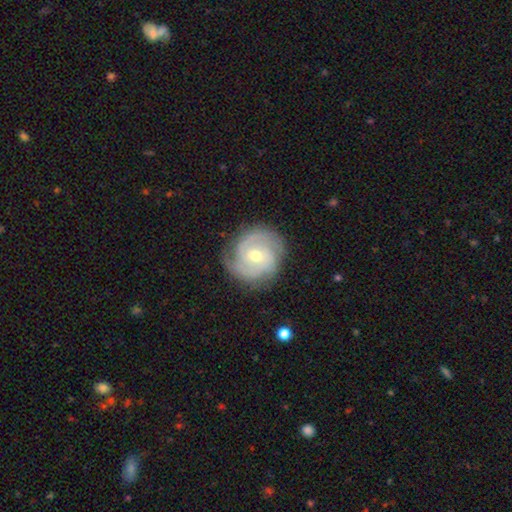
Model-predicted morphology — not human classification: smooth-or-featured: featured or disk: 86% | smooth: 9% | star or artifact: 5%
  disk-edge-on: no: 98% | yes: 2%
    bar: no: 59% | weak: 33% | strong: 7%
    has-spiral-arms: yes: 97% | no: 3%
      spiral-winding: tight: 64% | medium: 31% | loose: 6%
      spiral-arm-count: 2: 44% | 3: 30% | can't tell: 14% | 4: 5% | 1: 4% | more than 4: 4%
    bulge-size: moderate: 58% | small: 38% | large: 2% | none: 1% | dominant: 1%
  merging: none: 81% | minor disturbance: 14% | major disturbance: 4% | merger: 1%